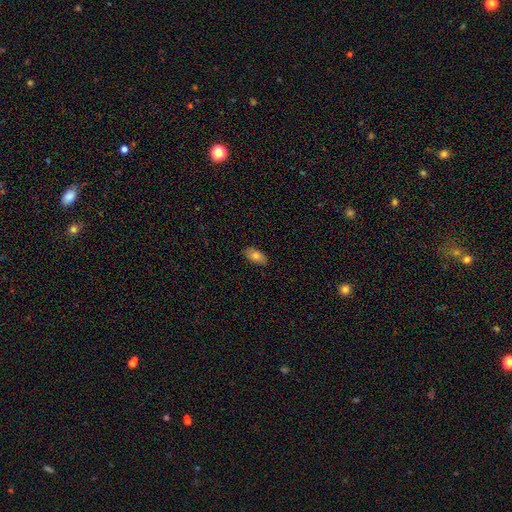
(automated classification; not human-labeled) Overall: smooth (79%). How rounded: in between (91%). Merging: none (86%).